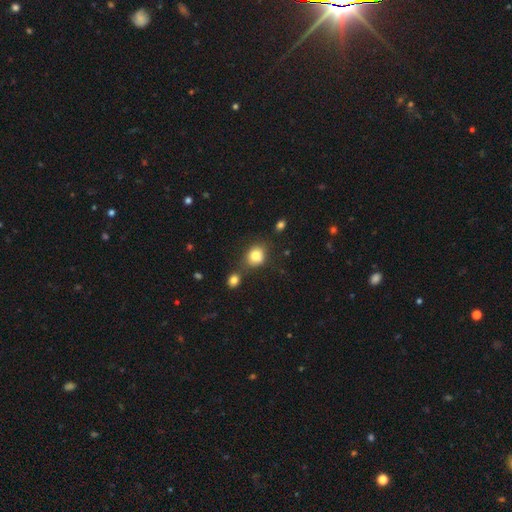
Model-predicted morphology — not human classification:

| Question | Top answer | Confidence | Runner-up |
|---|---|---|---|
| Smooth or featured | smooth | 81% | star or artifact (11%) |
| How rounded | round | 68% | in between (31%) |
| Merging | none | 63% | minor disturbance (16%) |